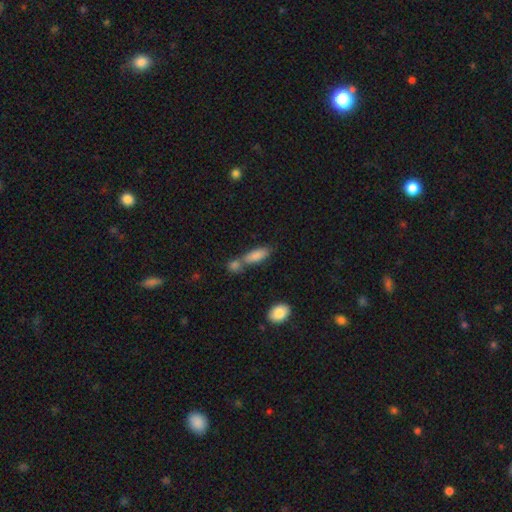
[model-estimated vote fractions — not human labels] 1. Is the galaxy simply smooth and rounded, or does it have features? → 83% smooth, 10% featured or disk, 7% star or artifact.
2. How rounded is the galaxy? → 64% in between, 33% cigar-shaped, 3% round.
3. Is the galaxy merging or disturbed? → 43% merger, 41% none, 12% minor disturbance, 4% major disturbance.